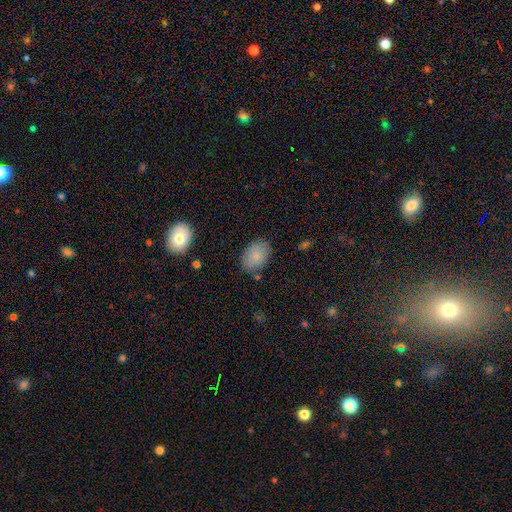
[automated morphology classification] This is clearly a smooth galaxy (85%). How rounded: clearly in between (84%). Merging: likely none (80%).